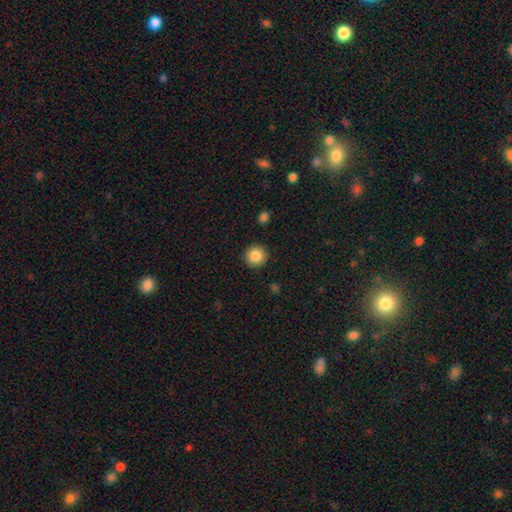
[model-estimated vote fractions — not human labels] The model was most divided on "smooth or featured": smooth: 87%, star or artifact: 9%, featured or disk: 5%. More confident: how rounded — round (95%); merging — none (91%).